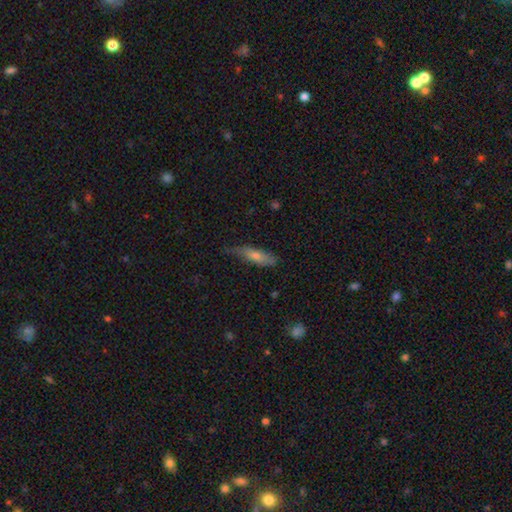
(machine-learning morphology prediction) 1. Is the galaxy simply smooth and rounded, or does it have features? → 61% smooth, 32% featured or disk, 7% star or artifact.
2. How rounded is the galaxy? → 67% cigar-shaped, 31% in between, 2% round.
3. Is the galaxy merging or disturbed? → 63% none, 29% minor disturbance, 6% major disturbance, 2% merger.